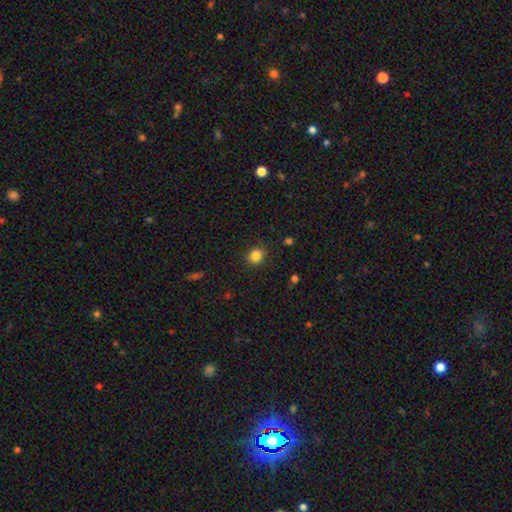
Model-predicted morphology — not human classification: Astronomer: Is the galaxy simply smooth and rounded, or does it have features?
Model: smooth — 84%.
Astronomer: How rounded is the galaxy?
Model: round — 81%.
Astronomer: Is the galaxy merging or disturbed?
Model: none — 88%.